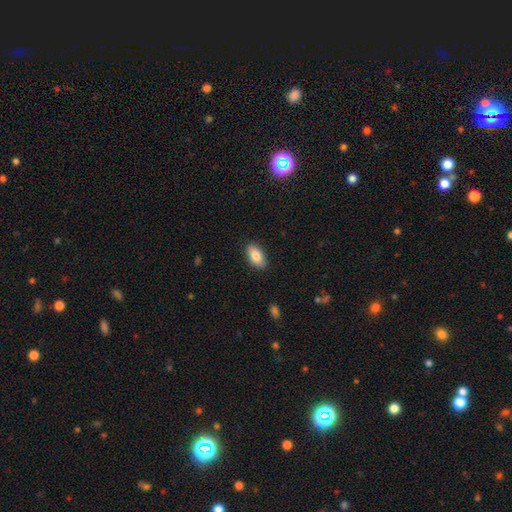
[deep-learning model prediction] smooth_or_featured: smooth (p=0.85) [alt: featured or disk p=0.08]
how_rounded: in between (p=0.92) [alt: cigar-shaped p=0.04]
merging: none (p=0.87) [alt: minor disturbance p=0.10]